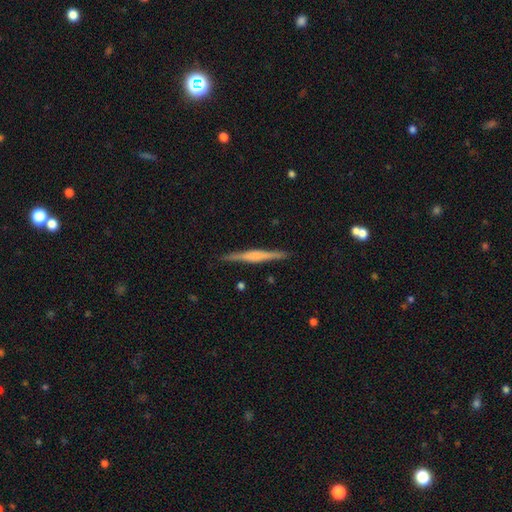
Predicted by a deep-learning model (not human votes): Q: Smooth or featured?
A: featured or disk (66%); runner-up: smooth (28%)
Q: Edge-on disk?
A: yes (98%); runner-up: no (2%)
Q: Edge-on bulge?
A: rounded (48%); runner-up: boxy (32%)
Q: Merging?
A: none (90%); runner-up: minor disturbance (7%)